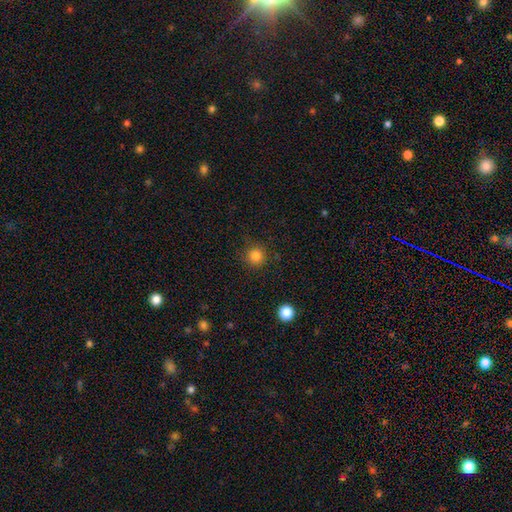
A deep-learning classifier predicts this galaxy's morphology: The model was most divided on "smooth or featured": smooth: 83%, star or artifact: 13%, featured or disk: 4%. More confident: how rounded — round (95%); merging — none (88%).